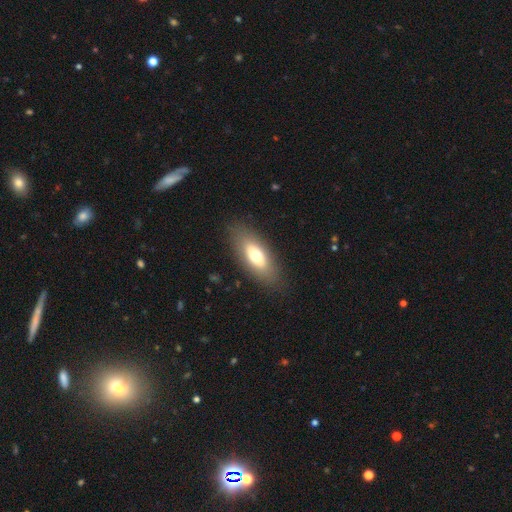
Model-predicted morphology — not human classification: smooth 66%, featured or disk 27%, star or artifact 7%. Down the decision tree: how rounded — in between (79%); merging — none (85%).